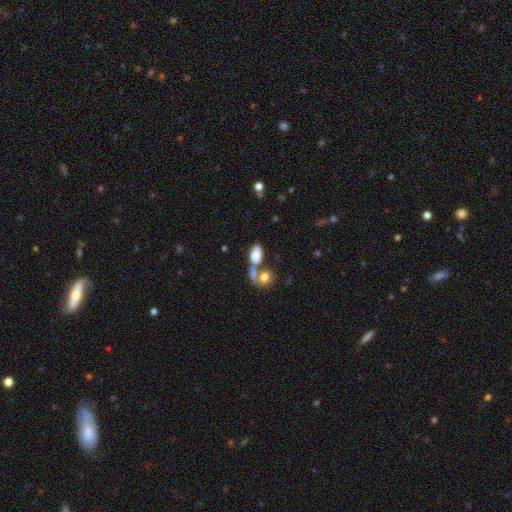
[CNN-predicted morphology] Smooth or featured? Predicted: smooth (p=0.78). How rounded? Predicted: in between (p=0.88). Merging? Predicted: merger (p=0.46).